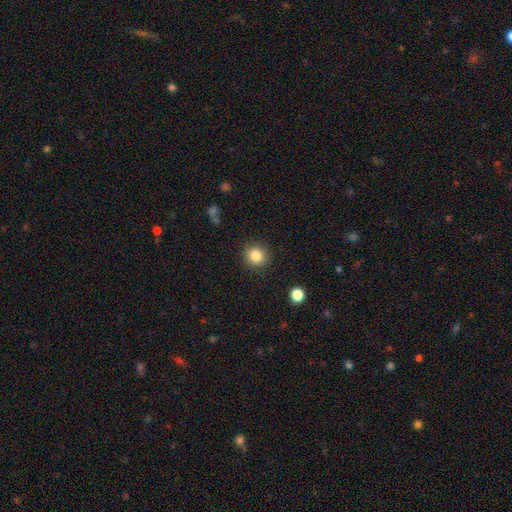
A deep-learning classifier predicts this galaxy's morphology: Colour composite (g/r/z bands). It shows a smooth galaxy with no disk features (84%) that is round (92%). Merging: none (90%).